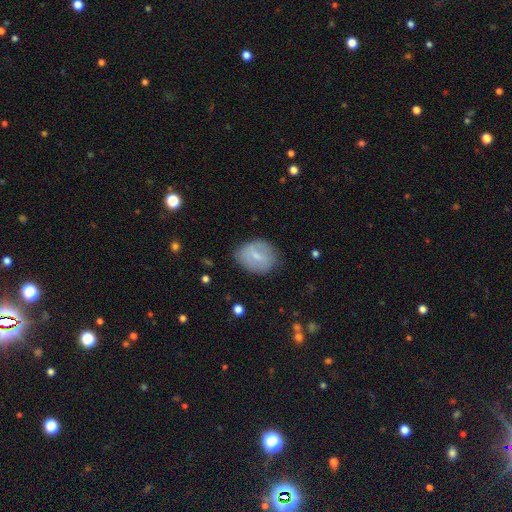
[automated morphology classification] Smooth or featured? Predicted: smooth (p=0.56). How rounded? Predicted: in between (p=0.60). Merging? Predicted: none (p=0.73).